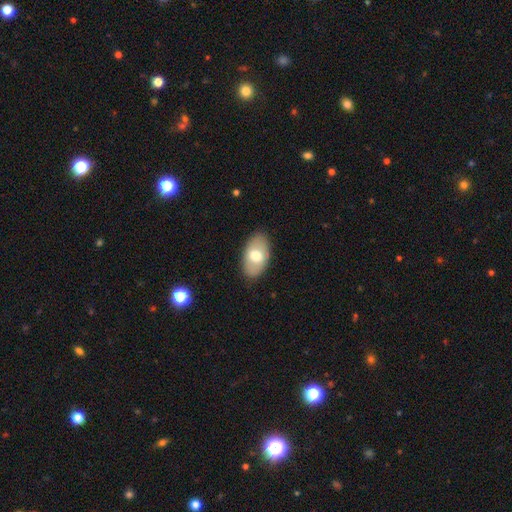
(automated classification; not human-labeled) A smooth galaxy with no disk features (66%) that is in between round and cigar-shaped (93%). Merging: none (86%).